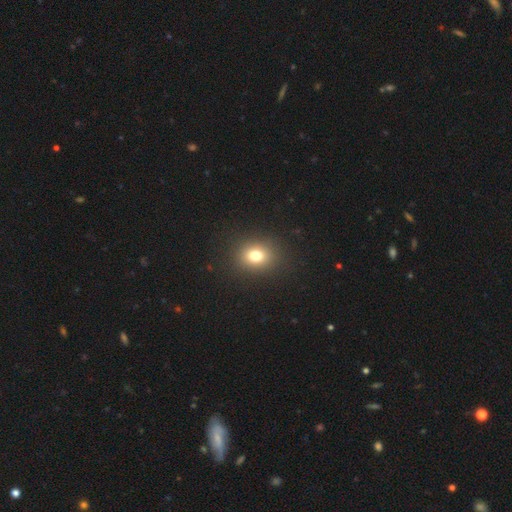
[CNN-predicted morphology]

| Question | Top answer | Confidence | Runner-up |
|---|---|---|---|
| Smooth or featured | smooth | 76% | star or artifact (14%) |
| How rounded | round | 59% | in between (40%) |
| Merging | none | 89% | minor disturbance (7%) |